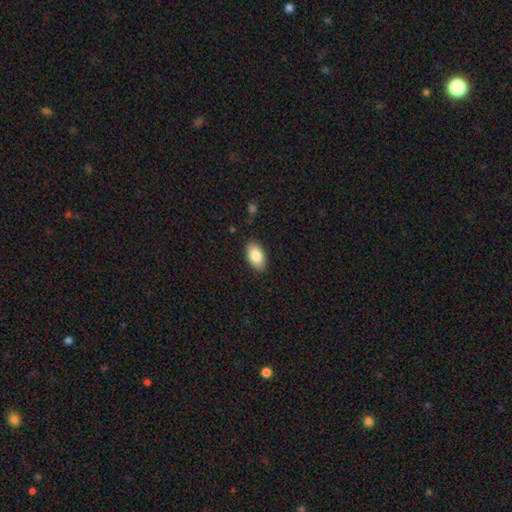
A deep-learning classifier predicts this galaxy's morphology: smooth-or-featured: smooth: 85% | featured or disk: 8% | star or artifact: 7%
  how-rounded: in between: 94% | round: 4% | cigar-shaped: 2%
  merging: none: 88% | minor disturbance: 9% | major disturbance: 2% | merger: 1%